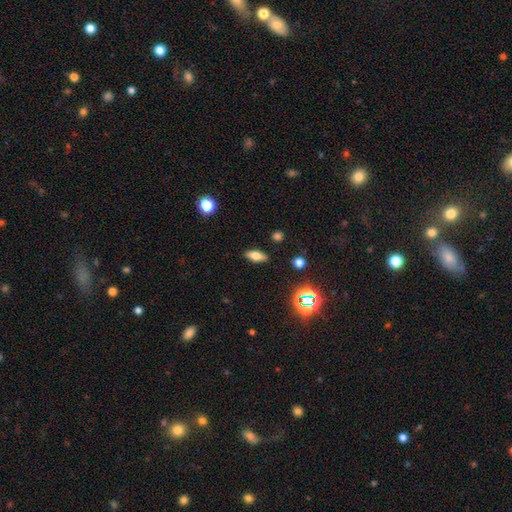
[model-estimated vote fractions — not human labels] Smooth or featured? smooth (68%)
How rounded? in between (74%)
Merging? none (87%)